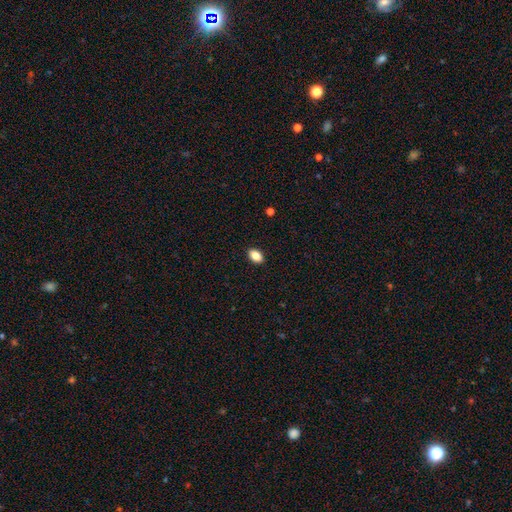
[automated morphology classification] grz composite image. It shows a smooth galaxy with no disk features (86%) that is in between round and cigar-shaped (88%). Merging: none (90%).